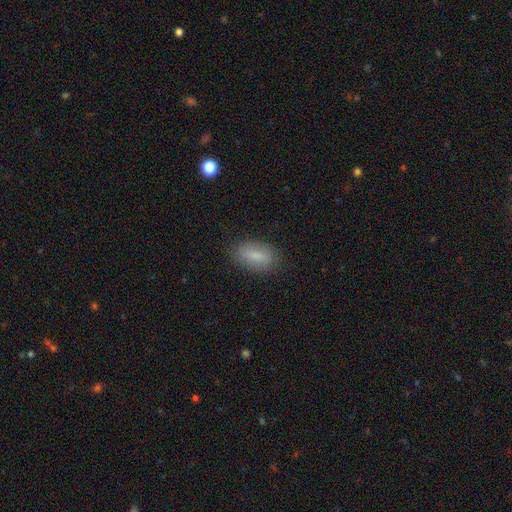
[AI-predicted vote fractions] Smooth or featured? smooth (79%)
How rounded? in between (88%)
Merging? none (83%)